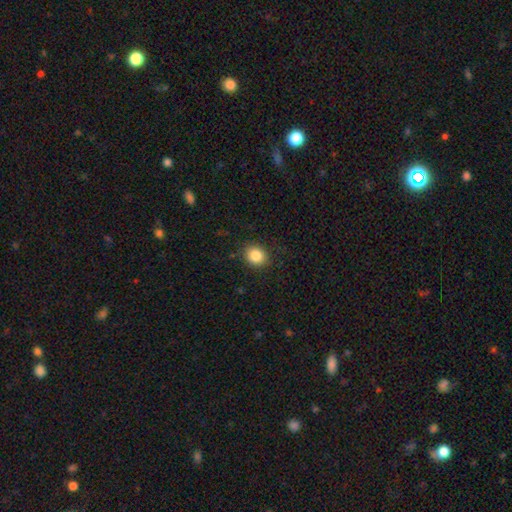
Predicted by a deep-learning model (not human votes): Smooth or featured?
  - smooth: 85% *
  - star or artifact: 10%
  - featured or disk: 5%
How rounded?
  - round: 70% *
  - in between: 29%
  - cigar-shaped: 1%
Merging?
  - none: 87% *
  - minor disturbance: 9%
  - major disturbance: 3%
  - merger: 1%